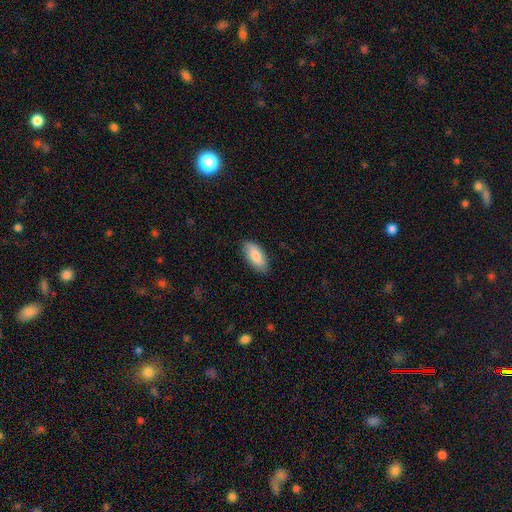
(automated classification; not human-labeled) The model was most divided on "smooth or featured": smooth: 82%, featured or disk: 12%, star or artifact: 6%. More confident: how rounded — in between (91%); merging — none (84%).